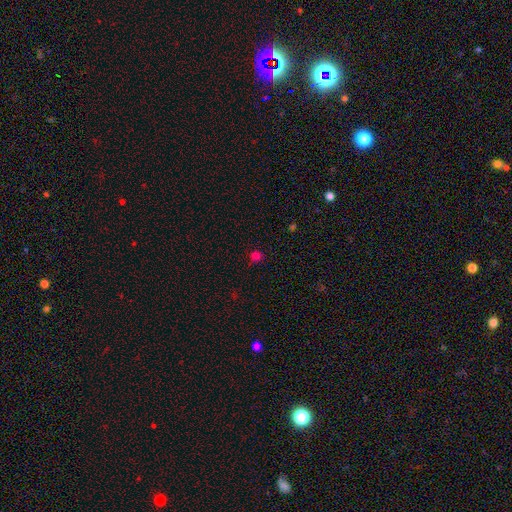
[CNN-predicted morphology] Smooth or featured: smooth — 74% (star or artifact — 22%)
How rounded: round — 89% (in between — 10%)
Merging: none — 84% (minor disturbance — 11%)